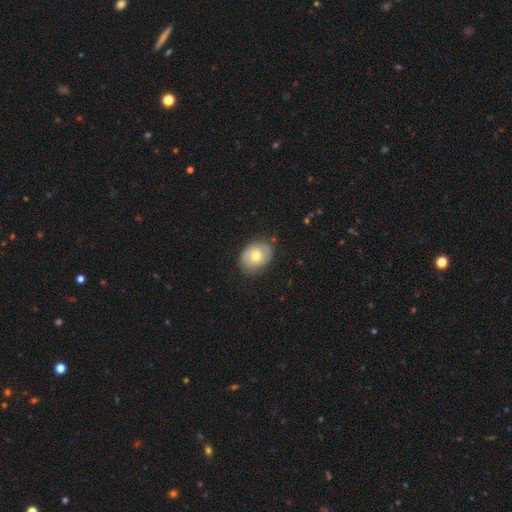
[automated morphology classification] Smooth or featured? Predicted: smooth (p=0.61). How rounded? Predicted: in between (p=0.61). Merging? Predicted: none (p=0.76).